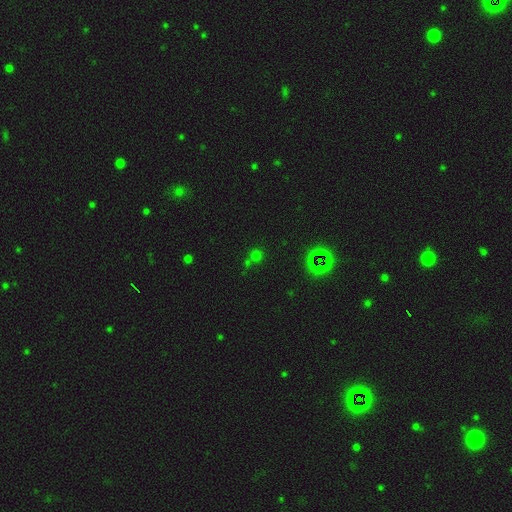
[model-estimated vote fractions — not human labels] smooth 47%, star or artifact 45%, featured or disk 7%. Down the decision tree: merging — none (65%).